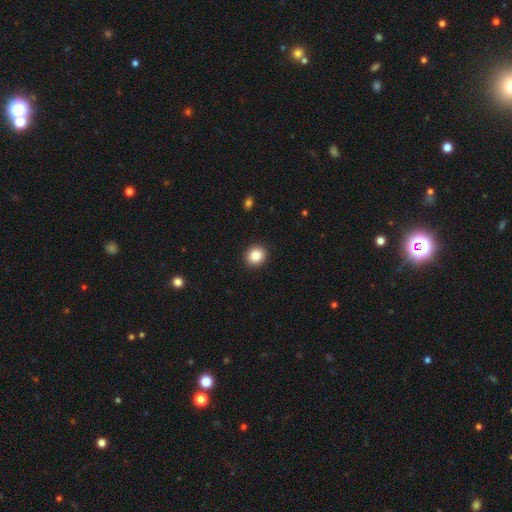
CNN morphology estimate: type=smooth (85%); roundness=round (80%); merging=none (92%).